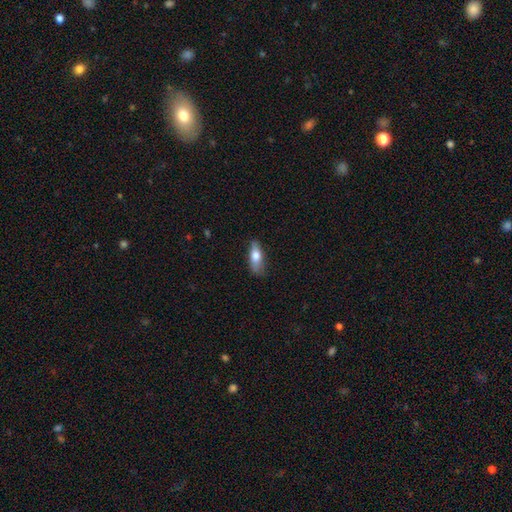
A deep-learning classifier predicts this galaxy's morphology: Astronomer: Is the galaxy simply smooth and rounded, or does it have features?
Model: smooth — 71%.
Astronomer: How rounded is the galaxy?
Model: in between — 67%.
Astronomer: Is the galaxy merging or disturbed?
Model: none — 71%.